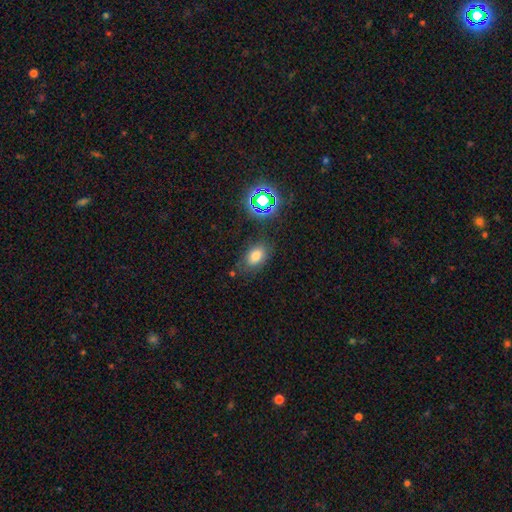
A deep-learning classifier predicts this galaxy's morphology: The model was most divided on "smooth or featured": smooth: 74%, star or artifact: 17%, featured or disk: 9%. More confident: how rounded — in between (83%); merging — none (76%).